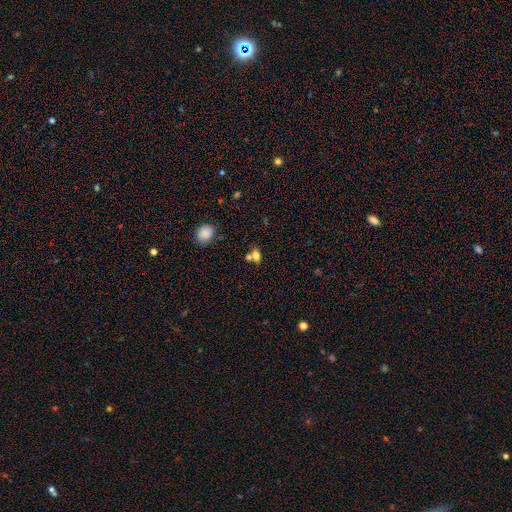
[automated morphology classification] Smooth or featured: smooth — 76% (star or artifact — 13%)
How rounded: in between — 74% (round — 21%)
Merging: none — 49% (merger — 36%)